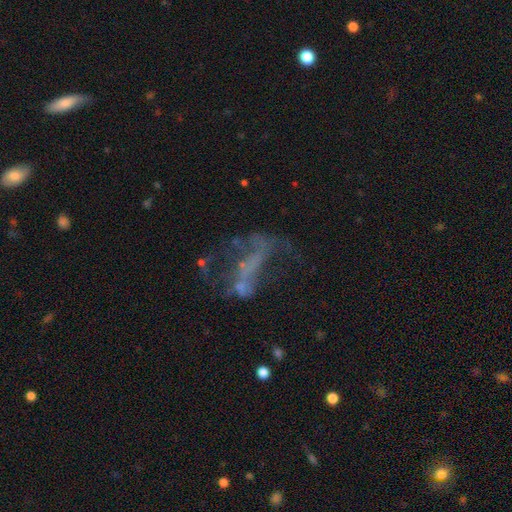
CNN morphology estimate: The model was most divided on "merging": major disturbance: 39%, none: 33%, merger: 15%, minor disturbance: 14%. More confident: edge-on disk — no (94%); spiral arms — no (77%); bulge size — none (76%); bar — no (72%); smooth or featured — featured or disk (60%).